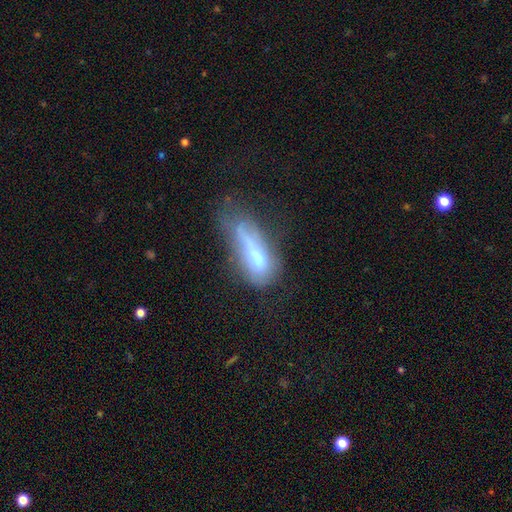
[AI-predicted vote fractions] smooth_or_featured: smooth (p=0.50) [alt: featured or disk p=0.39]
merging: major disturbance (p=0.38) [alt: minor disturbance p=0.23]